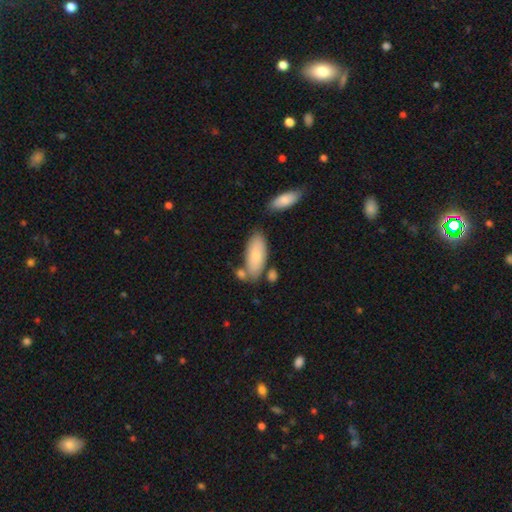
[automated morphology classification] This appears to be a smooth galaxy with no disk features (77%) that is in between round and cigar-shaped (83%). Merging: none (66%).